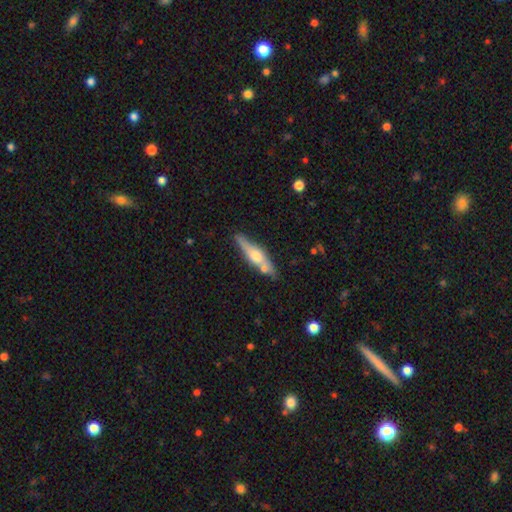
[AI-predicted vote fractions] Smooth or featured?
  - featured or disk: 54% *
  - smooth: 40%
  - star or artifact: 5%
Edge-on disk?
  - yes: 89% *
  - no: 11%
Merging?
  - none: 73% *
  - minor disturbance: 15%
  - merger: 8%
  - major disturbance: 3%